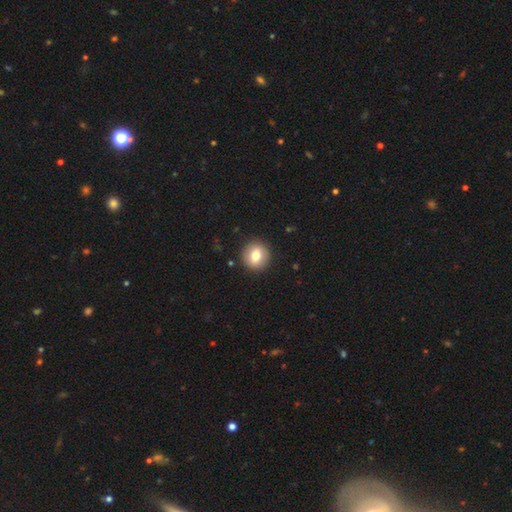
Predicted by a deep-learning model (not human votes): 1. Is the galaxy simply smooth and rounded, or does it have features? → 76% smooth, 16% featured or disk, 9% star or artifact.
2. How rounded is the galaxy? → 85% round, 14% in between, 1% cigar-shaped.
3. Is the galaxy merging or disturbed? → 90% none, 7% minor disturbance, 2% major disturbance, 1% merger.